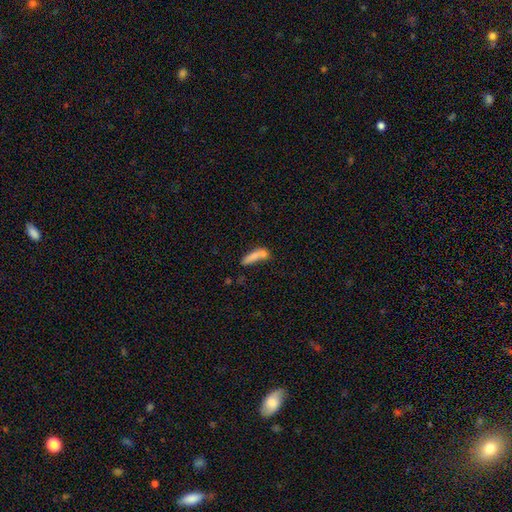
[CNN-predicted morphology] Smooth or featured: smooth — 75% (featured or disk — 16%)
How rounded: cigar-shaped — 65% (in between — 32%)
Merging: none — 38% (merger — 37%)